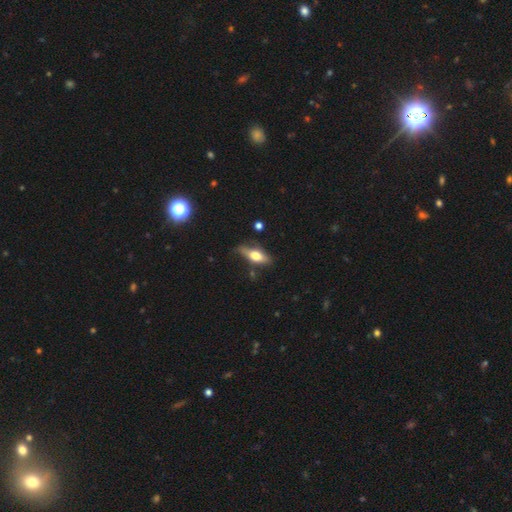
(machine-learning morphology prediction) A smooth galaxy with no disk features (56%) that is in between round and cigar-shaped (62%).

Vote fractions:
- Smooth or featured? smooth: 56% / featured or disk: 37% / star or artifact: 7%
- How rounded? in between: 62% / cigar-shaped: 34% / round: 4%
- Merging? none: 63% / minor disturbance: 26% / major disturbance: 8% / merger: 4%